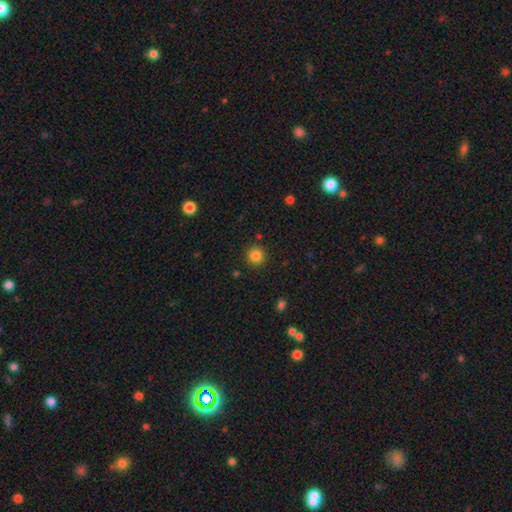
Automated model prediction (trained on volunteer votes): This appears to be a smooth galaxy with no disk features (84%) that is round (93%). Merging: none (89%).